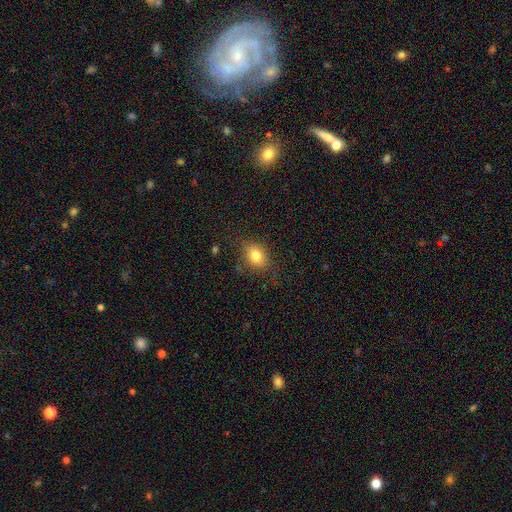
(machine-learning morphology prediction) Smooth or featured? smooth (80%)
How rounded? in between (66%)
Merging? none (77%)